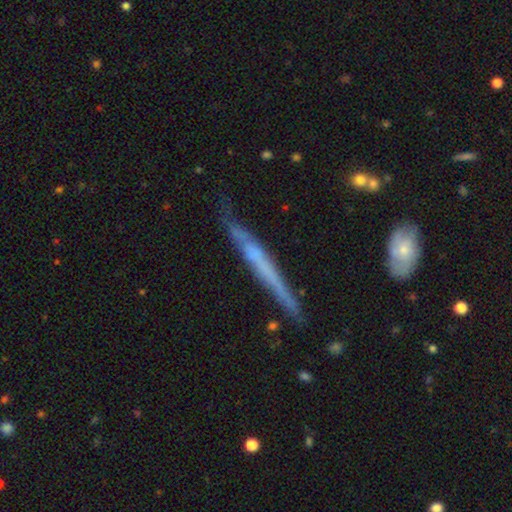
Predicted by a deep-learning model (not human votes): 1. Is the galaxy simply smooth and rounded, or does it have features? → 61% featured or disk, 32% smooth, 7% star or artifact.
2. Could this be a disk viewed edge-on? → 93% yes, 7% no.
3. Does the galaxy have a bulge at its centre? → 79% none, 12% rounded, 10% boxy.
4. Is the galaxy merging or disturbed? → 67% none, 24% minor disturbance, 5% major disturbance, 3% merger.